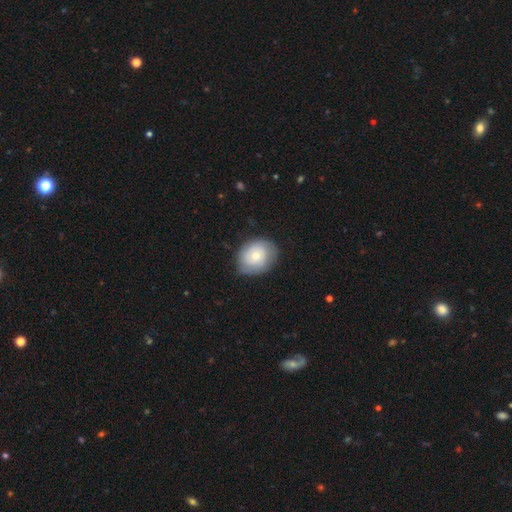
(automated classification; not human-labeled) smooth 55%, featured or disk 38%, star or artifact 7%. Down the decision tree: how rounded — round (56%); merging — none (74%).